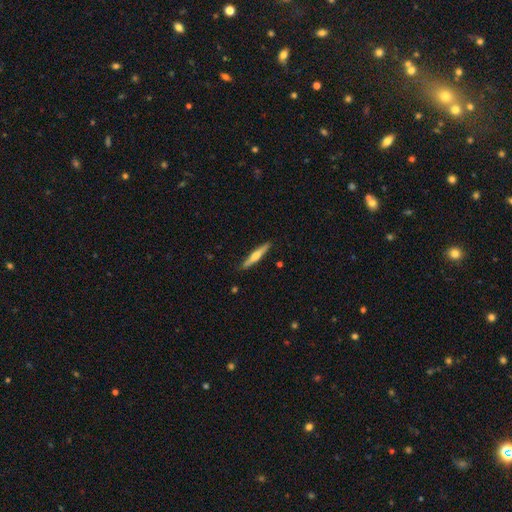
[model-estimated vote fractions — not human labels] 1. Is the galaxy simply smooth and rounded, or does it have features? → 53% featured or disk, 42% smooth, 5% star or artifact.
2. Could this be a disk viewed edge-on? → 97% yes, 3% no.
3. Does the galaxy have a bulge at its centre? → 86% rounded, 9% none, 6% boxy.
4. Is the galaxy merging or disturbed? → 89% none, 8% minor disturbance, 1% major disturbance, 1% merger.